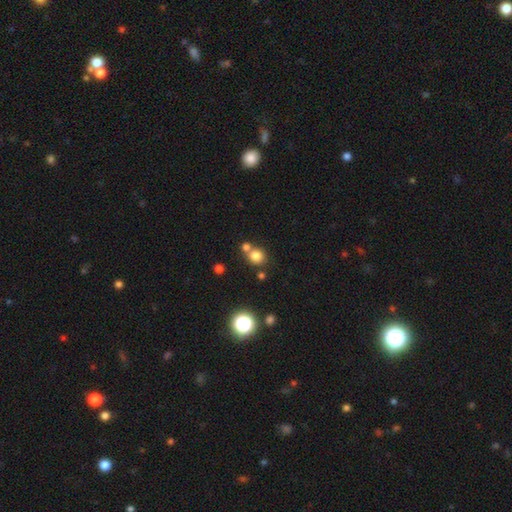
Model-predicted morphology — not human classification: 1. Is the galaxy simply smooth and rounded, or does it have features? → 79% smooth, 15% star or artifact, 7% featured or disk.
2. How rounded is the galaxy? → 81% round, 18% in between, 1% cigar-shaped.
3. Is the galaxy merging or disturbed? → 59% none, 30% merger, 8% minor disturbance, 3% major disturbance.